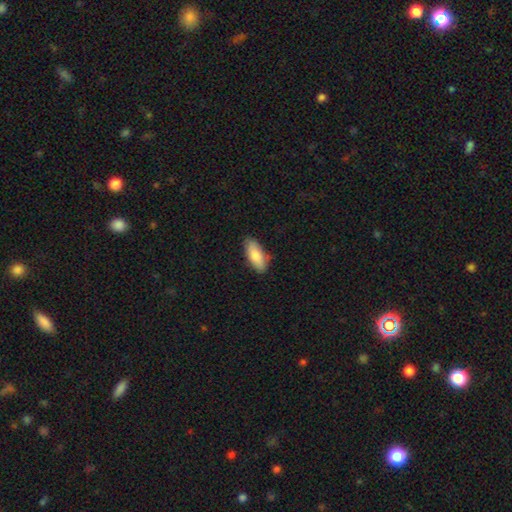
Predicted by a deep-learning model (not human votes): smooth_or_featured: smooth (p=0.84) [alt: featured or disk p=0.11]
how_rounded: in between (p=0.81) [alt: cigar-shaped p=0.17]
merging: none (p=0.80) [alt: minor disturbance p=0.16]